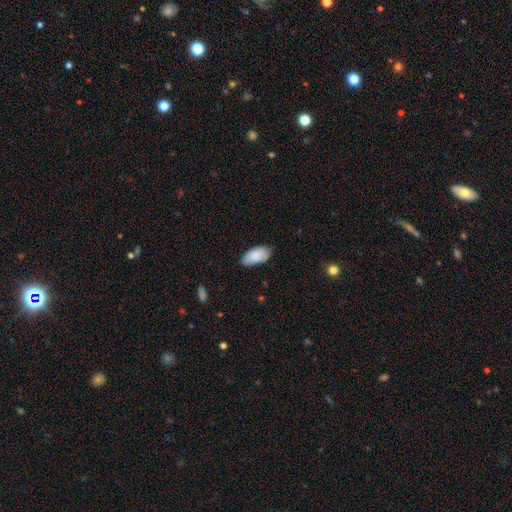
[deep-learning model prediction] The model was most divided on "merging": none: 79%, minor disturbance: 17%, major disturbance: 3%, merger: 1%. More confident: how rounded — in between (95%); smooth or featured — smooth (88%).